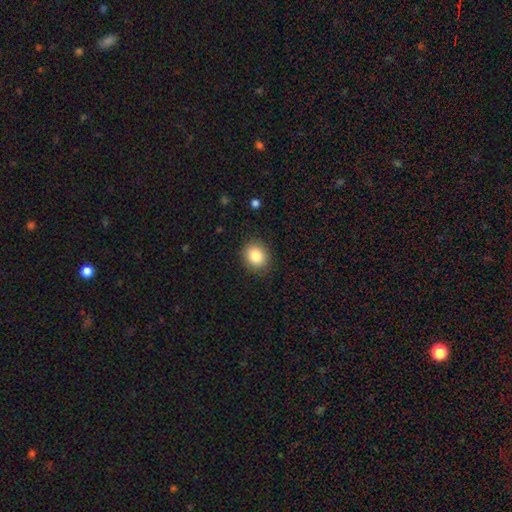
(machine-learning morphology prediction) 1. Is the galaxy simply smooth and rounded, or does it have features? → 84% smooth, 9% star or artifact, 7% featured or disk.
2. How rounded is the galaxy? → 70% round, 29% in between, 1% cigar-shaped.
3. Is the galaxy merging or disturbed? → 89% none, 8% minor disturbance, 2% major disturbance, 1% merger.